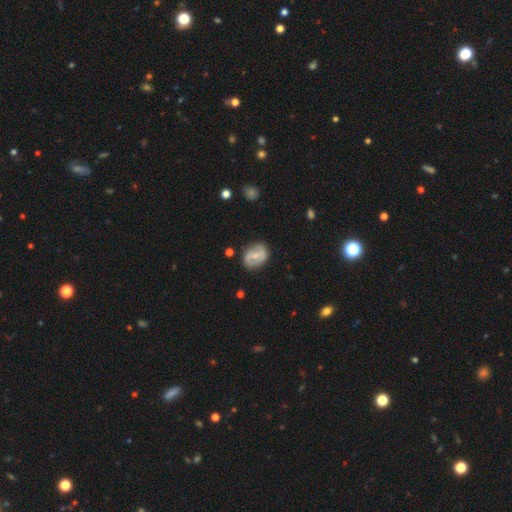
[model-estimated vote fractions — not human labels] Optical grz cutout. It shows a featured or disk galaxy (62%) with a weak bar (45%), spiral arms (70%) and a small central bulge (53%). Merging: none (78%).